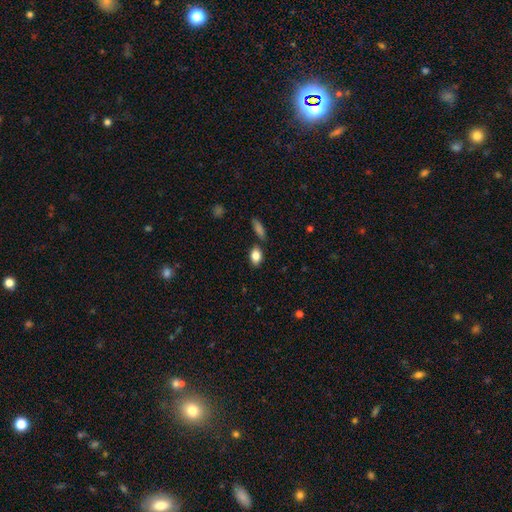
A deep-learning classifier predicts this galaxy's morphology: This is clearly a smooth galaxy (84%). How rounded: clearly in between (83%). Merging: likely none (78%).